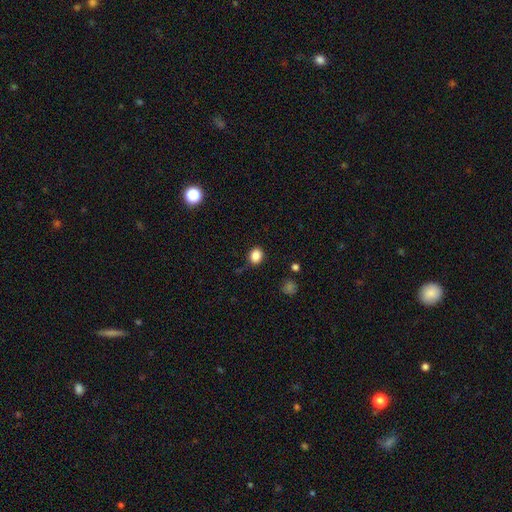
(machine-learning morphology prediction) smooth-or-featured: smooth: 86% | star or artifact: 10% | featured or disk: 4%
  how-rounded: round: 53% | in between: 46% | cigar-shaped: 1%
  merging: none: 82% | minor disturbance: 13% | major disturbance: 3% | merger: 2%